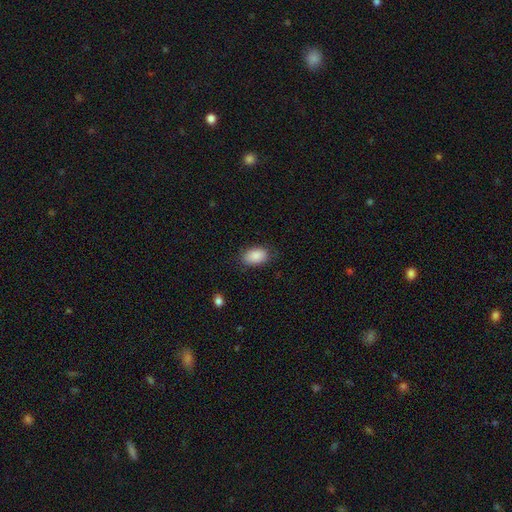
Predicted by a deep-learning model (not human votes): Smooth or featured? smooth (89%)
How rounded? in between (91%)
Merging? none (83%)